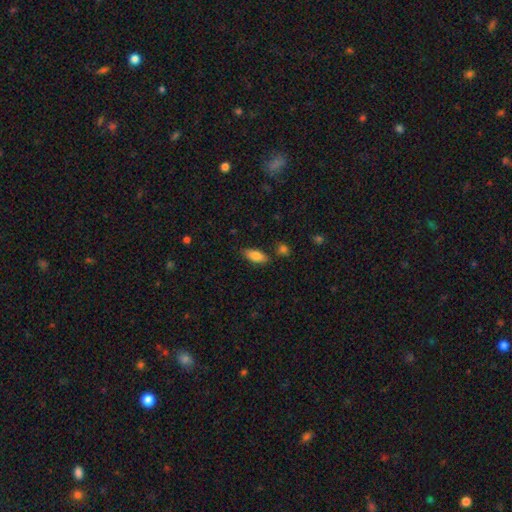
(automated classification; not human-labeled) Morphology: type=smooth (82%); roundness=in between (80%); merging=none (80%).